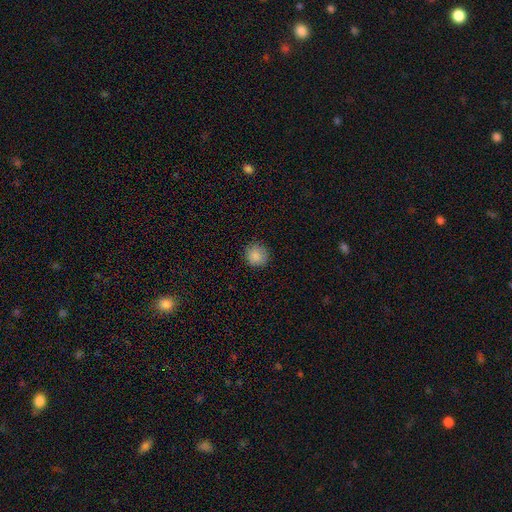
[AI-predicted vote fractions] A smooth galaxy with no disk features (87%) that is round (92%).

Vote fractions:
- Smooth or featured? smooth: 87% / star or artifact: 10% / featured or disk: 4%
- How rounded? round: 92% / in between: 7% / cigar-shaped: 1%
- Merging? none: 88% / minor disturbance: 9% / major disturbance: 2% / merger: 1%